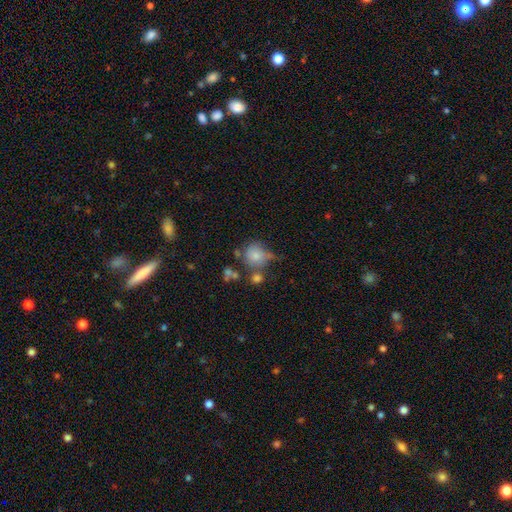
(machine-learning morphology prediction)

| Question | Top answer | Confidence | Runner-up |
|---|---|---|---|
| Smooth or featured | smooth | 74% | featured or disk (15%) |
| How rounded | round | 83% | in between (16%) |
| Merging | none | 48% | minor disturbance (23%) |